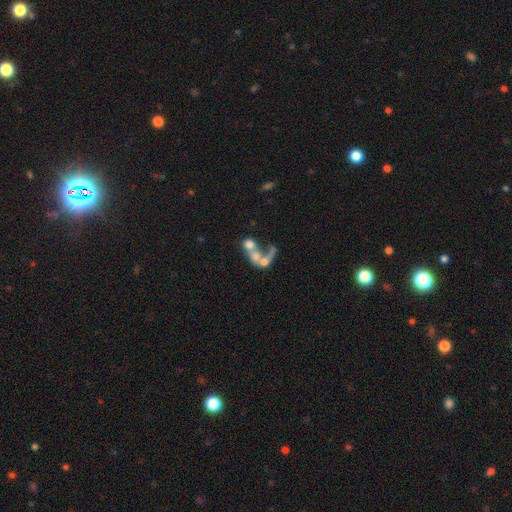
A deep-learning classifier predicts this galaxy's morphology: smooth_or_featured: smooth (p=0.45) [alt: featured or disk p=0.42]
merging: merger (p=0.68) [alt: major disturbance p=0.16]